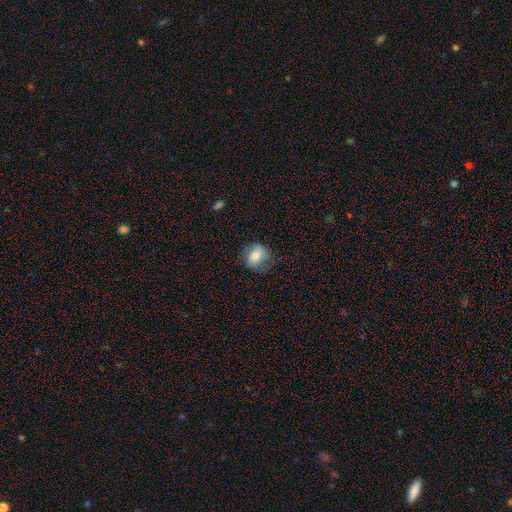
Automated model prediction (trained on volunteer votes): Smooth or featured?
  - smooth: 66% *
  - featured or disk: 26%
  - star or artifact: 8%
How rounded?
  - round: 60% *
  - in between: 39%
  - cigar-shaped: 1%
Merging?
  - none: 69% *
  - minor disturbance: 22%
  - major disturbance: 8%
  - merger: 1%